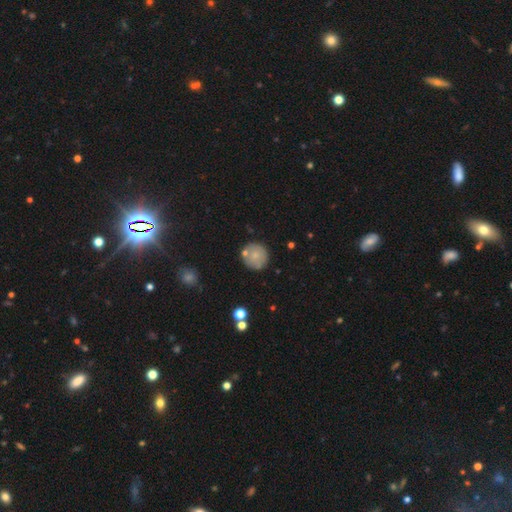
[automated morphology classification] Q: Smooth or featured?
A: smooth (74%); runner-up: featured or disk (17%)
Q: How rounded?
A: round (93%); runner-up: in between (6%)
Q: Merging?
A: none (76%); runner-up: minor disturbance (12%)